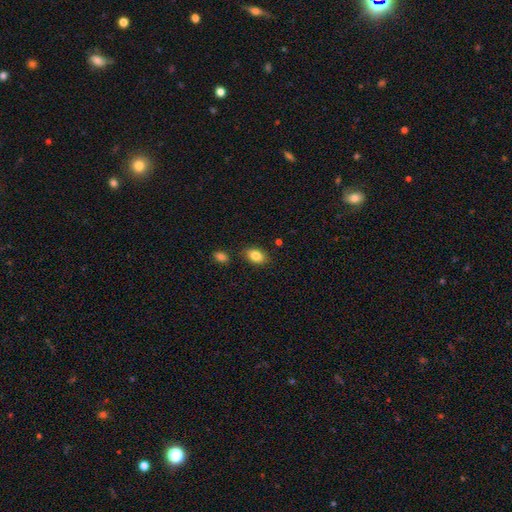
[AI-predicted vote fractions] Overall: smooth (85%). How rounded: in between (87%). Merging: none (83%).